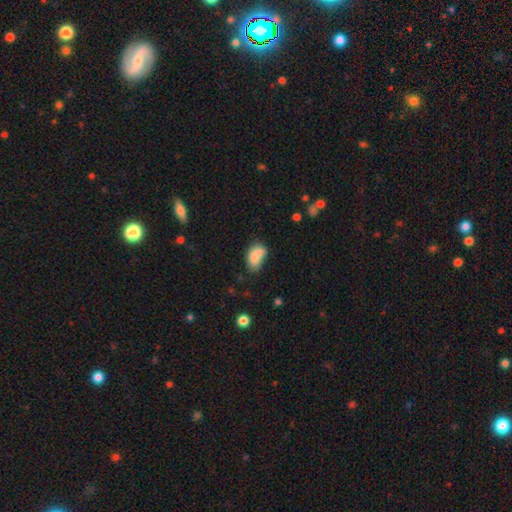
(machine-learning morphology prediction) Smooth or featured? Predicted: smooth (p=0.80). How rounded? Predicted: in between (p=0.89). Merging? Predicted: none (p=0.41).